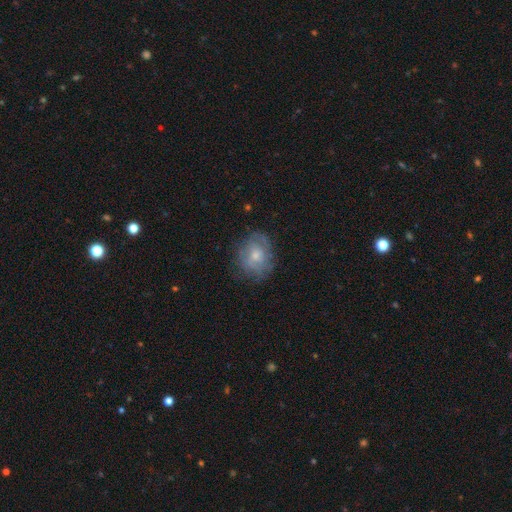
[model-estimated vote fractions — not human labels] A smooth galaxy with no disk features (46%). Merging: none (67%).